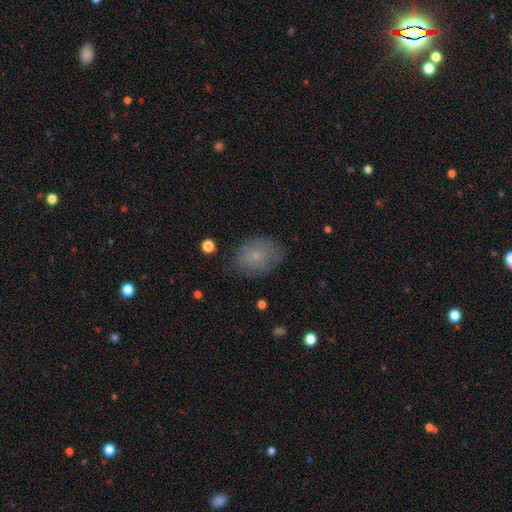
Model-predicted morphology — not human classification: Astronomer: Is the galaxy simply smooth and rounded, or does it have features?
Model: smooth — 72%.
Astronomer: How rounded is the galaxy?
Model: in between — 66%.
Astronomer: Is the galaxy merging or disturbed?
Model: none — 73%.